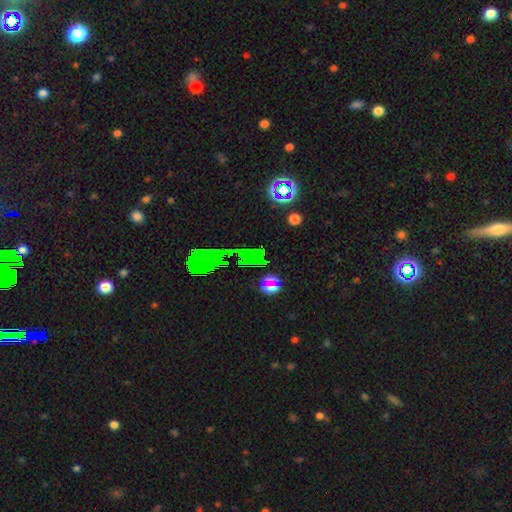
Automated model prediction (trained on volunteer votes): smooth_or_featured: star or artifact (p=0.65) [alt: featured or disk p=0.18]